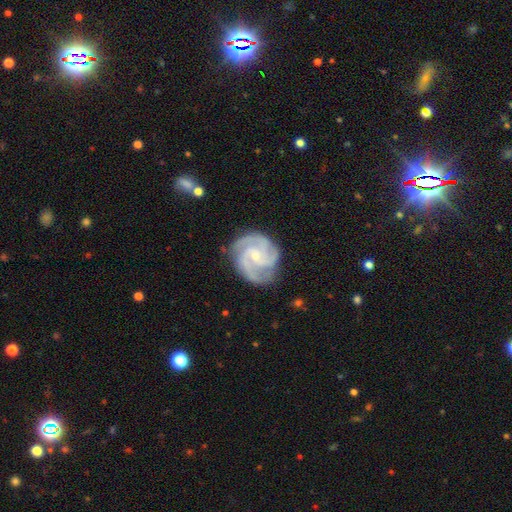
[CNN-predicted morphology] featured or disk 91%, smooth 5%, star or artifact 4%. Down the decision tree: edge-on disk — no (98%); bar — no (59%); spiral arms — yes (99%); spiral arm count — 3 (65%); spiral winding — tight (55%); bulge size — small (72%); merging — none (78%).